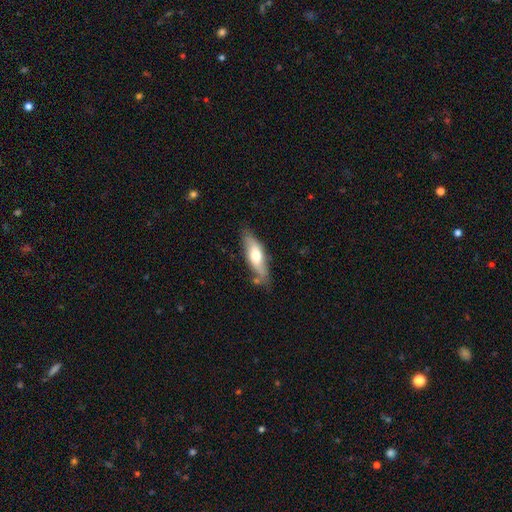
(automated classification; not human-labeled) smooth 58%, featured or disk 37%, star or artifact 5%. Down the decision tree: how rounded — in between (52%); merging — none (73%).